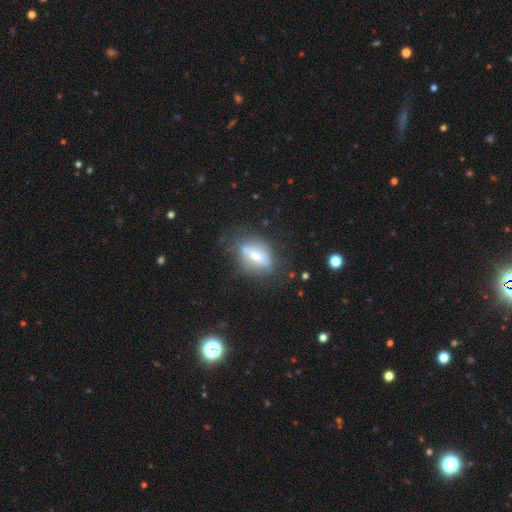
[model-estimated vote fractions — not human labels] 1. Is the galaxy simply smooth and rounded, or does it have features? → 47% smooth, 45% featured or disk, 8% star or artifact.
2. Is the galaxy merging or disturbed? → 60% none, 24% minor disturbance, 12% major disturbance, 4% merger.